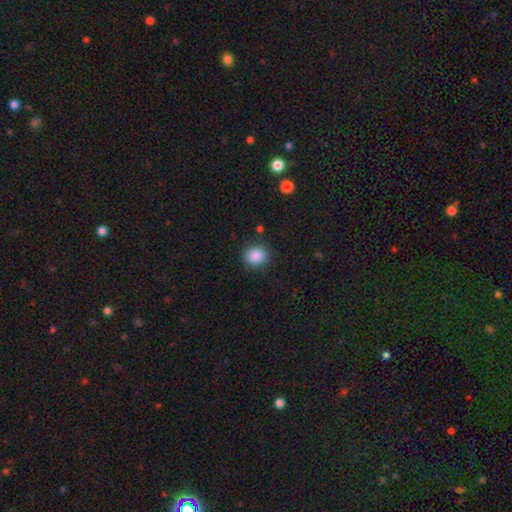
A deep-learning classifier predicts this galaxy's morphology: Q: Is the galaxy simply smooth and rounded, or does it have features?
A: smooth — 88%.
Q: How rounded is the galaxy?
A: round — 78%.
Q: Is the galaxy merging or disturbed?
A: none — 86%.